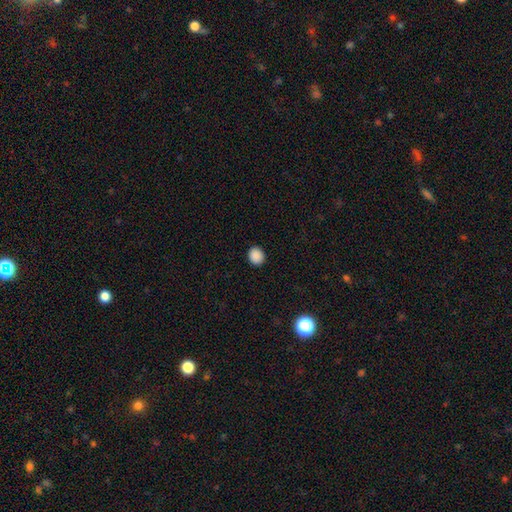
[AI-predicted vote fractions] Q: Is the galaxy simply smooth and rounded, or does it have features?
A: smooth — 88%.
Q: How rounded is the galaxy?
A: round — 72%.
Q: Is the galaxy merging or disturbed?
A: none — 91%.